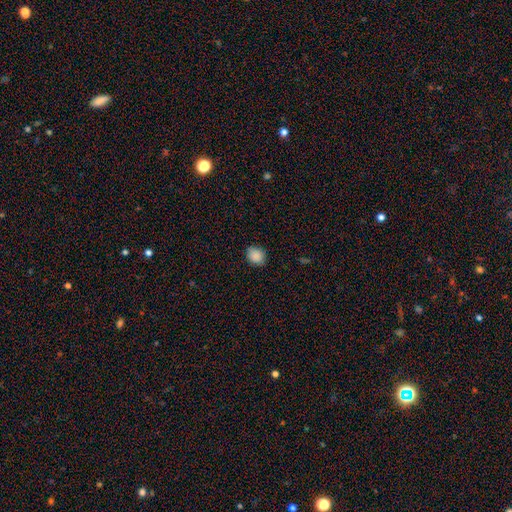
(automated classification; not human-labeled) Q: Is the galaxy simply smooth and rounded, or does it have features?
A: smooth — 88%.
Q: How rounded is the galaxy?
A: round — 60%.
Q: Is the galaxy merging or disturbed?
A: none — 85%.